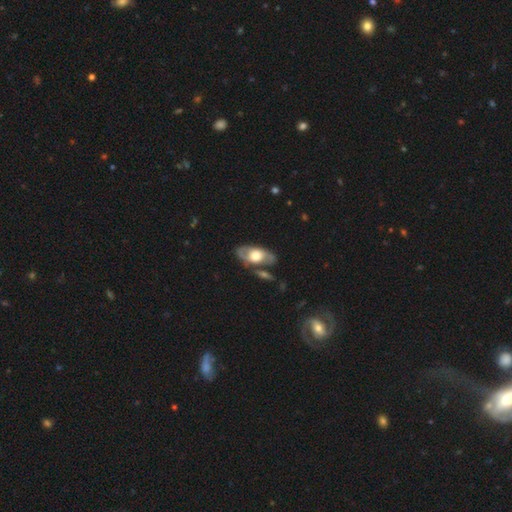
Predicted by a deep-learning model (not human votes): smooth-or-featured: featured or disk: 57% | smooth: 37% | star or artifact: 5%
  disk-edge-on: no: 73% | yes: 27%
  merging: none: 71% | minor disturbance: 17% | merger: 7% | major disturbance: 5%